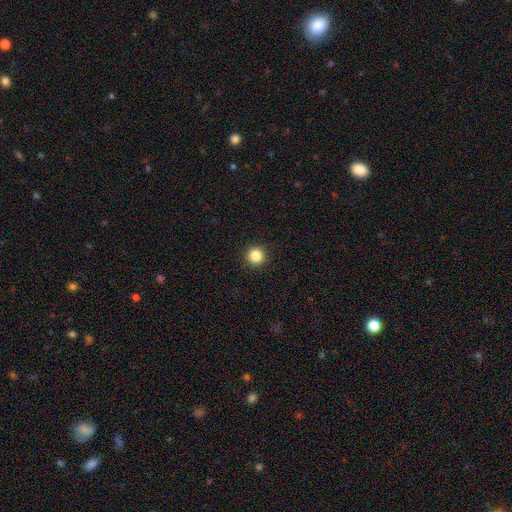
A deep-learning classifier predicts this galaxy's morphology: smooth 85%, star or artifact 11%, featured or disk 4%. Down the decision tree: how rounded — round (95%); merging — none (93%).